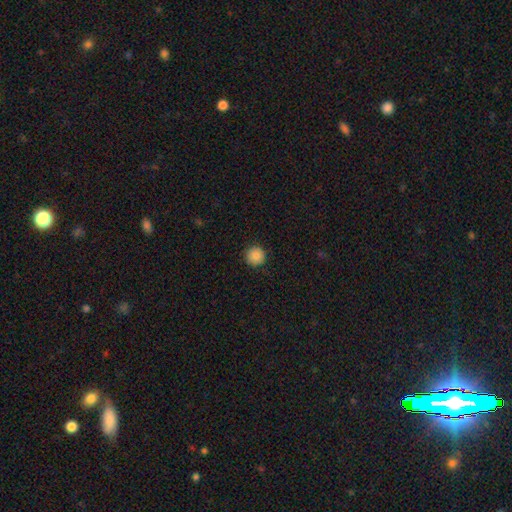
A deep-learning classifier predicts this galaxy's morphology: Smooth or featured: smooth — 87% (star or artifact — 9%)
How rounded: round — 96% (in between — 3%)
Merging: none — 90% (minor disturbance — 7%)